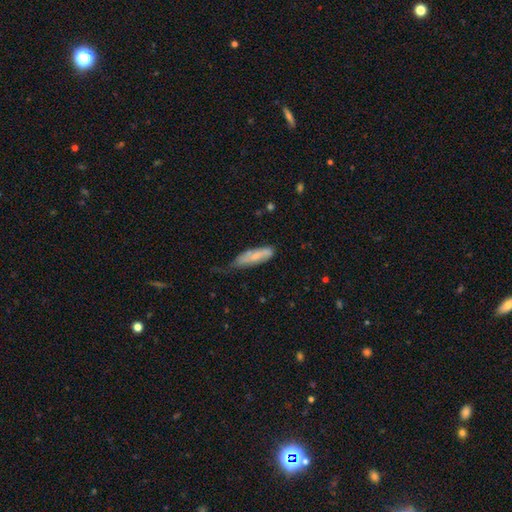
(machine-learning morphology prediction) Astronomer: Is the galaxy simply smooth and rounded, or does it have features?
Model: smooth — 62%.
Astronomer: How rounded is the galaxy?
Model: cigar-shaped — 57% (runner-up: in between, 41%).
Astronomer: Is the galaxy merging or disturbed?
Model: minor disturbance — 42% (runner-up: none, 36%).